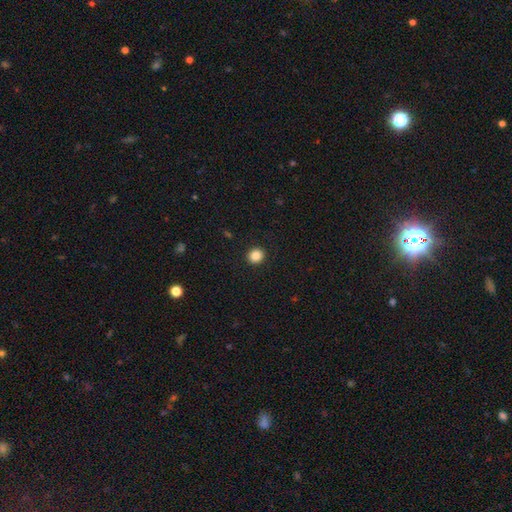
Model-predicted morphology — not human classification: Smooth or featured? smooth (87%)
How rounded? round (84%)
Merging? none (92%)